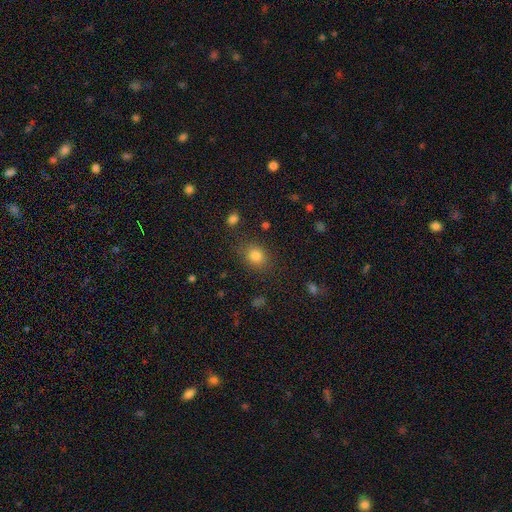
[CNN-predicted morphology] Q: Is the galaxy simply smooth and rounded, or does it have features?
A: smooth — 82%.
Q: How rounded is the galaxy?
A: round — 61%.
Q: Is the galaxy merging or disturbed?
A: none — 81%.